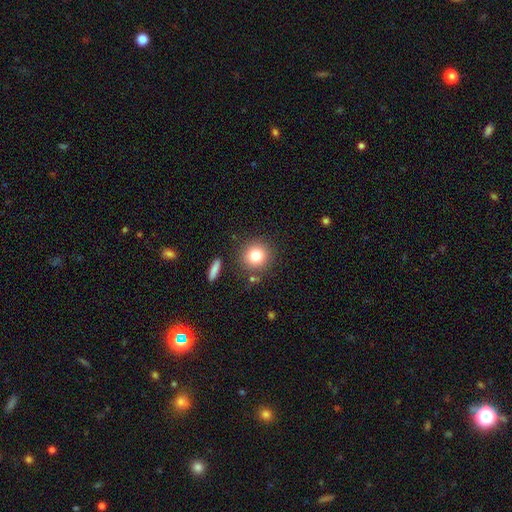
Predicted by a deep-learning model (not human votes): Q: Smooth or featured?
A: smooth (80%); runner-up: star or artifact (11%)
Q: How rounded?
A: round (90%); runner-up: in between (9%)
Q: Merging?
A: none (83%); runner-up: minor disturbance (9%)